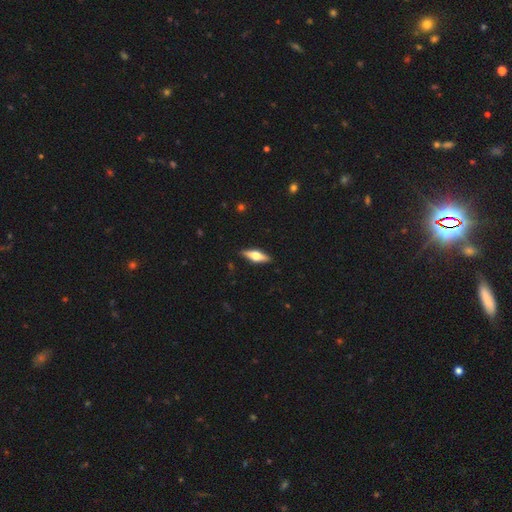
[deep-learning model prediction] featured or disk 54%, smooth 40%, star or artifact 6%. Down the decision tree: edge-on disk — yes (93%); edge-on bulge — rounded (94%); merging — none (90%).